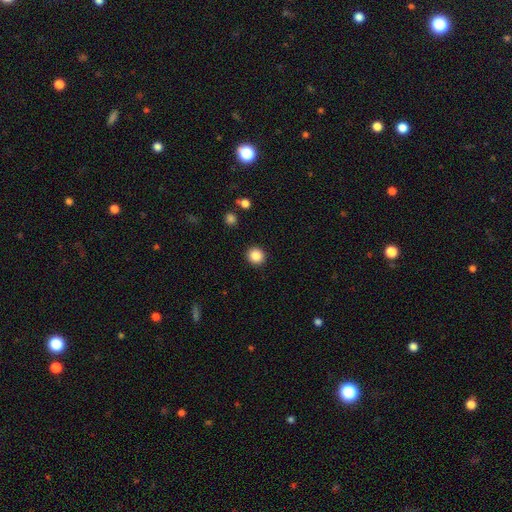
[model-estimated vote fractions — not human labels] Smooth or featured?
  - smooth: 87% *
  - star or artifact: 10%
  - featured or disk: 4%
How rounded?
  - round: 90% *
  - in between: 9%
  - cigar-shaped: 1%
Merging?
  - none: 92% *
  - minor disturbance: 5%
  - major disturbance: 2%
  - merger: 1%